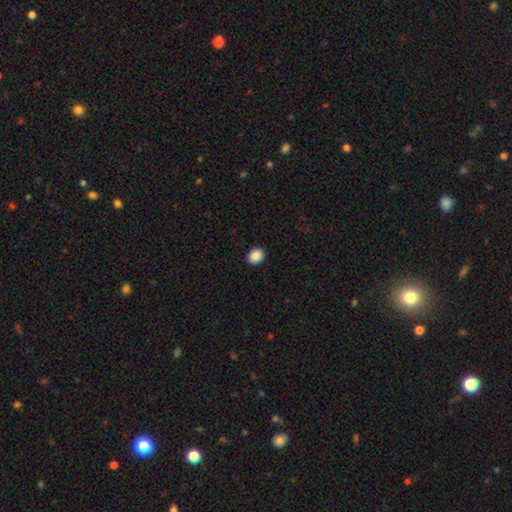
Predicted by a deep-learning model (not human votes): This is clearly a smooth galaxy (90%). How rounded: possibly in between (51%). Merging: clearly none (91%).